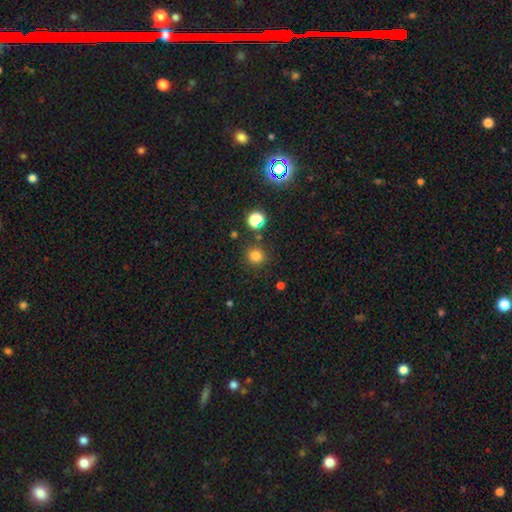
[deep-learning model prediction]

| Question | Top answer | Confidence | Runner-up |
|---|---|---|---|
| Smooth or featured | smooth | 79% | star or artifact (16%) |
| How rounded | round | 91% | in between (8%) |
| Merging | none | 85% | minor disturbance (8%) |